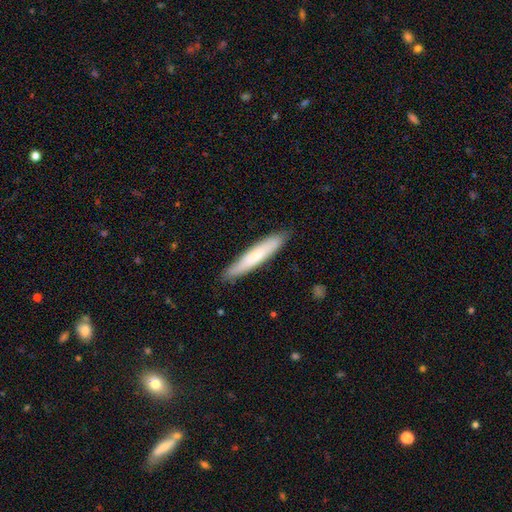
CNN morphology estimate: The model was most divided on "smooth or featured": smooth: 68%, featured or disk: 26%, star or artifact: 5%. More confident: how rounded — cigar-shaped (91%); merging — none (87%).